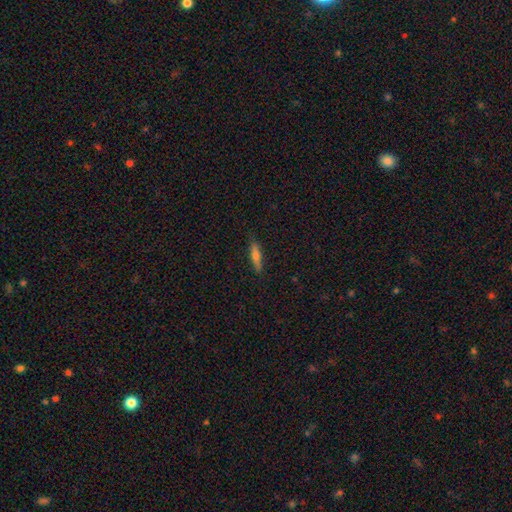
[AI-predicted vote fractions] Overall: smooth (59%; featured or disk 34%). How rounded: cigar-shaped (82%). Merging: none (87%).